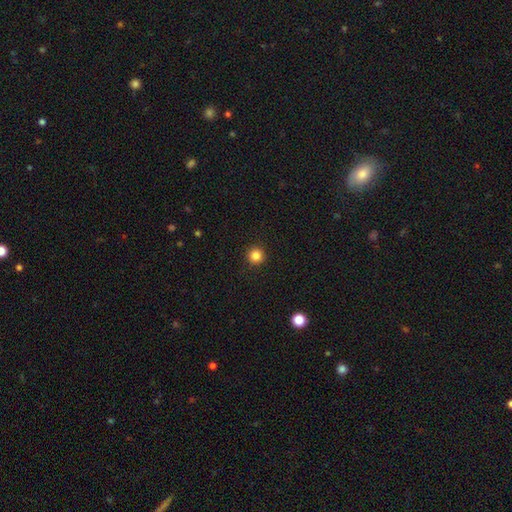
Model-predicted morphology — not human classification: Smooth or featured? smooth (84%)
How rounded? round (96%)
Merging? none (93%)